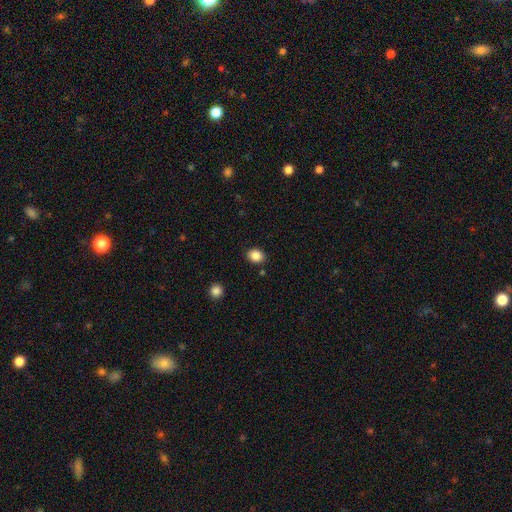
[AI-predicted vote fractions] Q: Smooth or featured?
A: smooth (86%); runner-up: star or artifact (10%)
Q: How rounded?
A: round (55%); runner-up: in between (44%)
Q: Merging?
A: none (87%); runner-up: minor disturbance (9%)